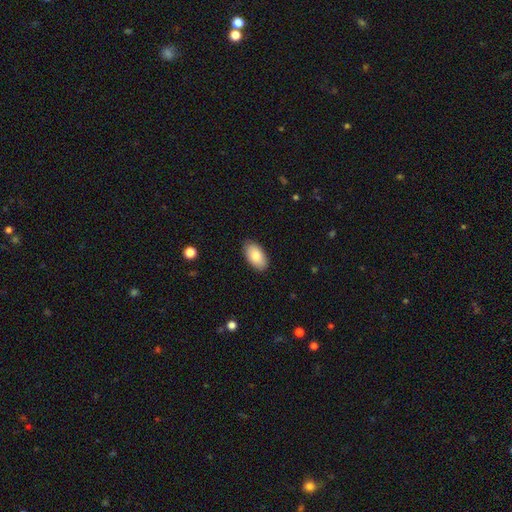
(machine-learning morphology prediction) The model was most divided on "smooth or featured": smooth: 84%, featured or disk: 10%, star or artifact: 6%. More confident: how rounded — in between (95%); merging — none (87%).